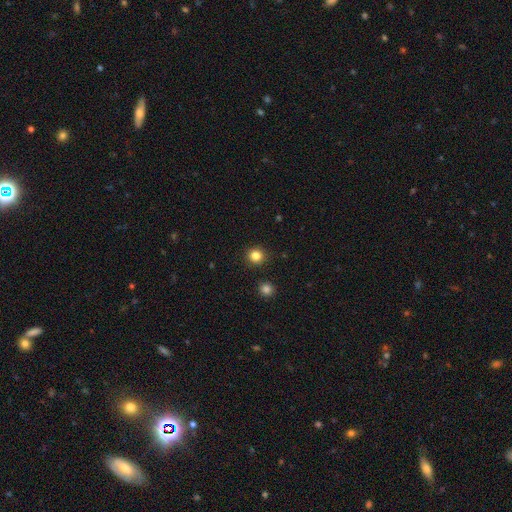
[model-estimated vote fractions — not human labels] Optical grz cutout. It shows a smooth galaxy with no disk features (83%) that is round (93%). Merging: none (92%).